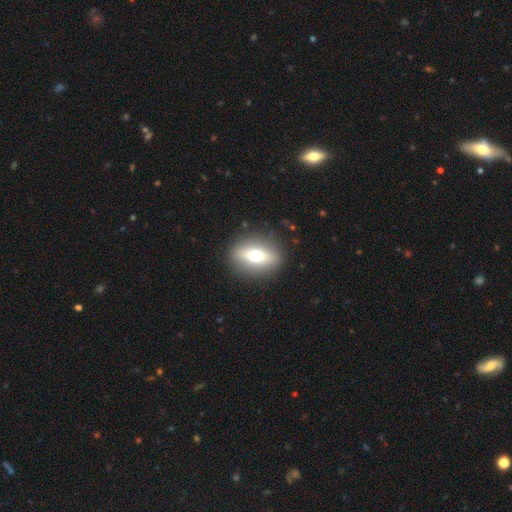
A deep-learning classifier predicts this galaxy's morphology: This appears to be a smooth galaxy with no disk features (63%) that is in between round and cigar-shaped (67%). Merging: none (87%).